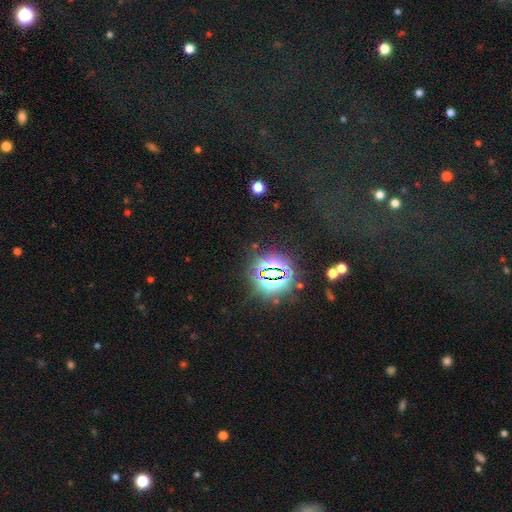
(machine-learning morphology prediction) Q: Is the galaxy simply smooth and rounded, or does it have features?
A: star or artifact — 77%.